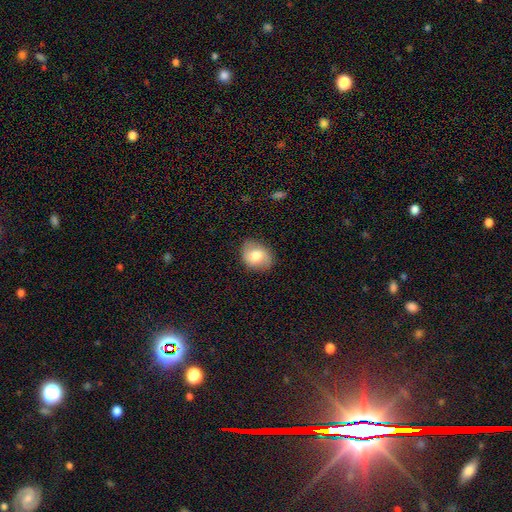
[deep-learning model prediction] Smooth or featured? smooth (69%)
How rounded? in between (62%)
Merging? none (80%)